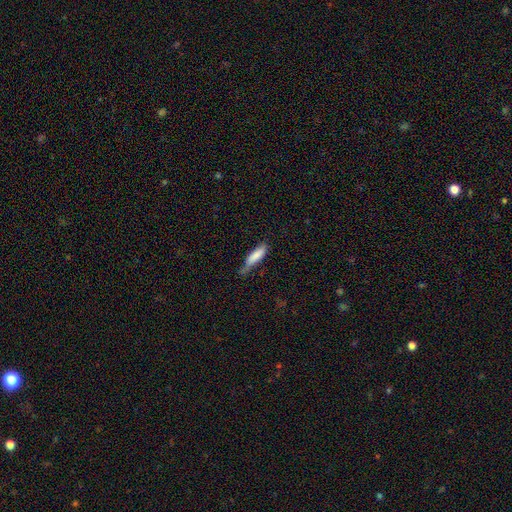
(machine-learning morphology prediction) Smooth or featured?
  - smooth: 80% *
  - featured or disk: 14%
  - star or artifact: 6%
How rounded?
  - cigar-shaped: 66% *
  - in between: 32%
  - round: 1%
Merging?
  - none: 42% *
  - minor disturbance: 41%
  - major disturbance: 13%
  - merger: 4%